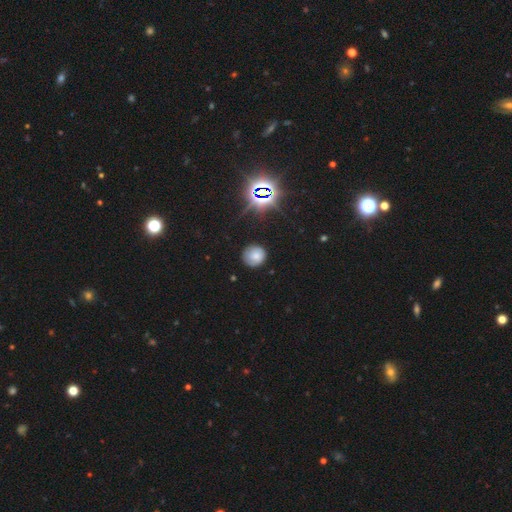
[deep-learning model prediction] A smooth galaxy with no disk features (68%) that is round (90%).

Vote fractions:
- Smooth or featured? smooth: 68% / star or artifact: 17% / featured or disk: 15%
- How rounded? round: 90% / in between: 9% / cigar-shaped: 1%
- Merging? none: 80% / minor disturbance: 15% / major disturbance: 3% / merger: 1%